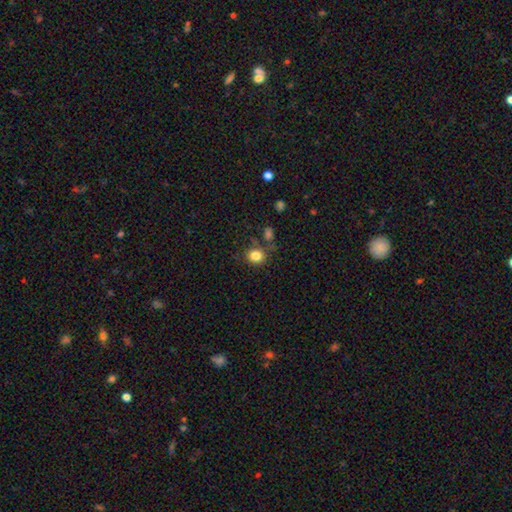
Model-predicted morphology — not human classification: A smooth galaxy with no disk features (83%) that is round (73%).

Vote fractions:
- Smooth or featured? smooth: 83% / star or artifact: 11% / featured or disk: 6%
- How rounded? round: 73% / in between: 26% / cigar-shaped: 1%
- Merging? none: 72% / minor disturbance: 14% / merger: 9% / major disturbance: 5%